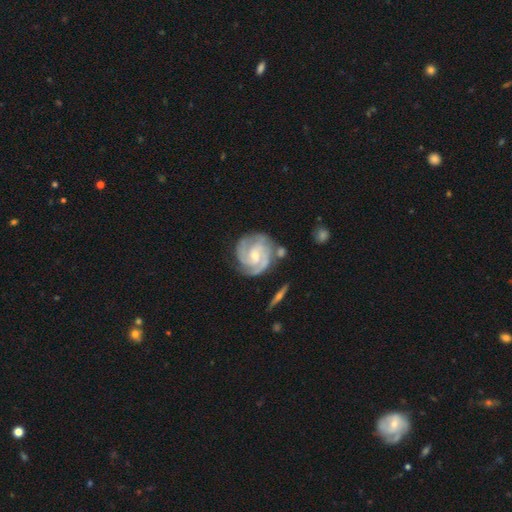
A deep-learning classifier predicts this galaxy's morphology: The model was most divided on "bar": no: 48%, weak: 42%, strong: 10%. Remaining: spiral arms — yes (98%); edge-on disk — no (98%); smooth or featured — featured or disk (89%); merging — none (72%); spiral winding — tight (62%); bulge size — small (55%); spiral arm count — 3 (43%).